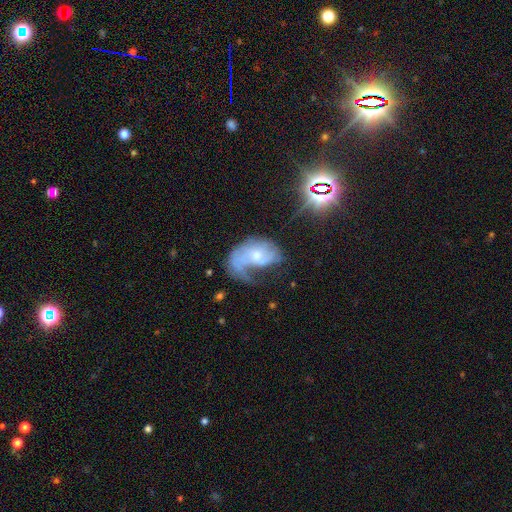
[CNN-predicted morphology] Smooth or featured: featured or disk — 64% (smooth — 25%)
Edge-on disk: no — 96% (yes — 4%)
Bar: no — 74% (weak — 22%)
Spiral arms: yes — 69% (no — 31%)
Bulge size: small — 53% (moderate — 38%)
Merging: major disturbance — 48% (none — 23%)